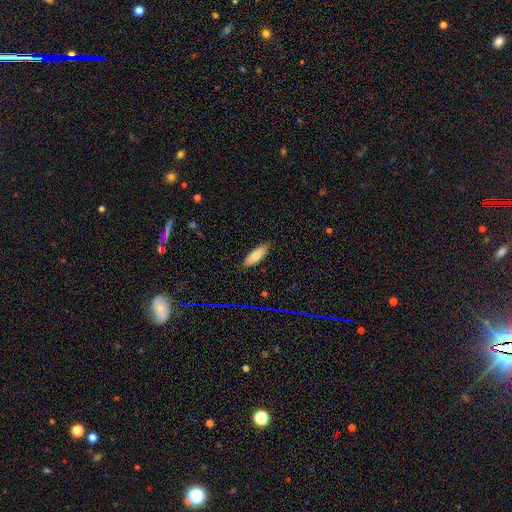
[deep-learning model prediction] Smooth or featured: smooth — 81% (featured or disk — 12%)
How rounded: in between — 56% (cigar-shaped — 43%)
Merging: none — 85% (minor disturbance — 12%)